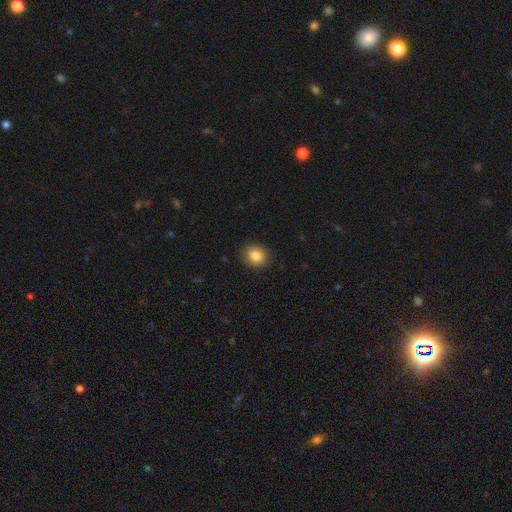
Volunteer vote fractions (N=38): This appears to be a smooth galaxy with no disk features (92%) that is round (54%). Merging: none (92%).